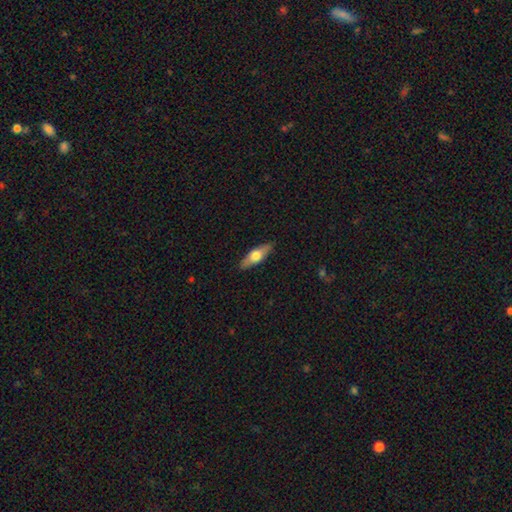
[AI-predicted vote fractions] Morphology: type=smooth (50%); merging=none (87%).